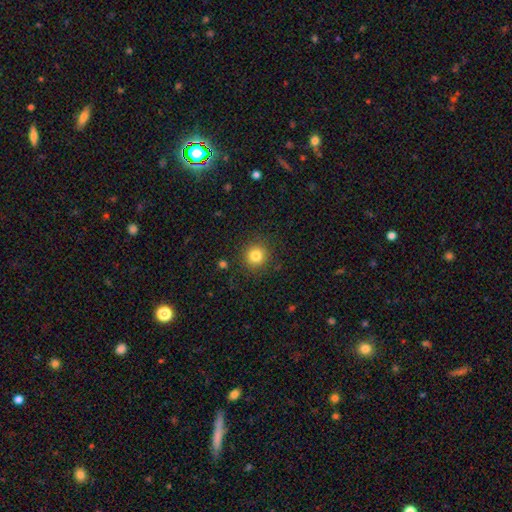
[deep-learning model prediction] Smooth or featured? smooth (83%)
How rounded? round (92%)
Merging? none (88%)